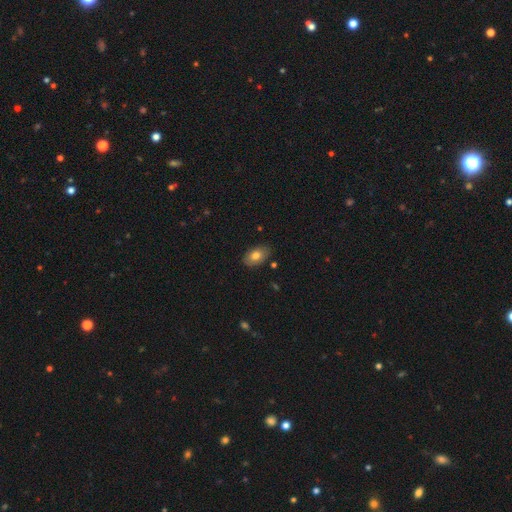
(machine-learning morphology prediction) The model was most divided on "smooth or featured": smooth: 78%, featured or disk: 14%, star or artifact: 8%. More confident: how rounded — in between (89%); merging — none (83%).